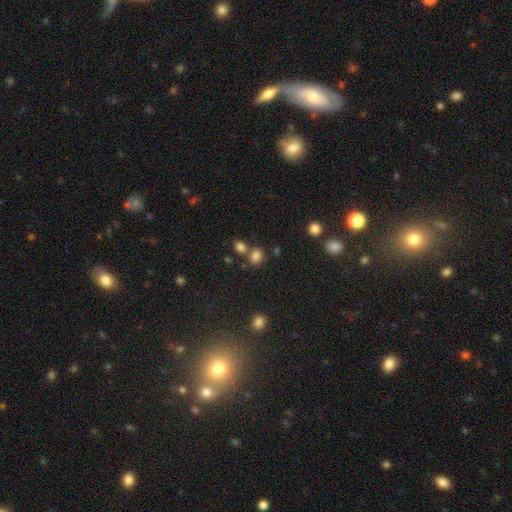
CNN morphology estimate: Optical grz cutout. It shows a smooth galaxy with no disk features (79%) that is in between round and cigar-shaped (52%). Merging: none (60%).